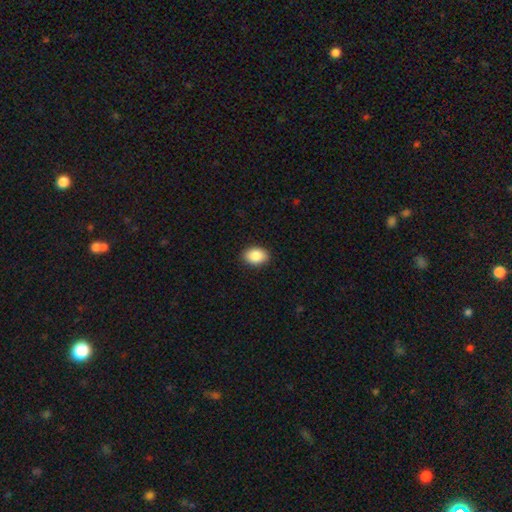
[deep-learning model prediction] Smooth or featured? Predicted: smooth (p=0.88). How rounded? Predicted: in between (p=0.80). Merging? Predicted: none (p=0.90).